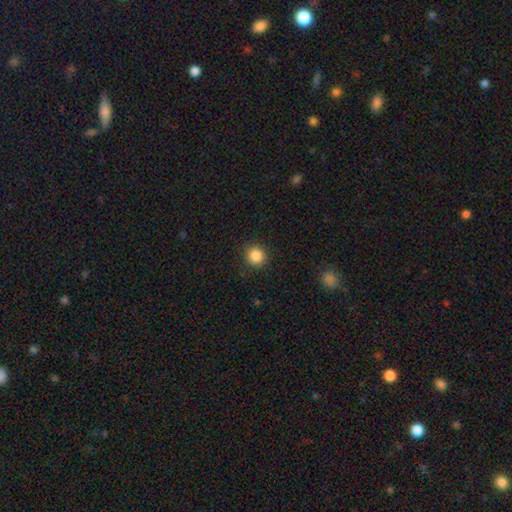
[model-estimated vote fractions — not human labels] Smooth or featured: smooth — 86% (star or artifact — 10%)
How rounded: round — 93% (in between — 6%)
Merging: none — 91% (minor disturbance — 6%)